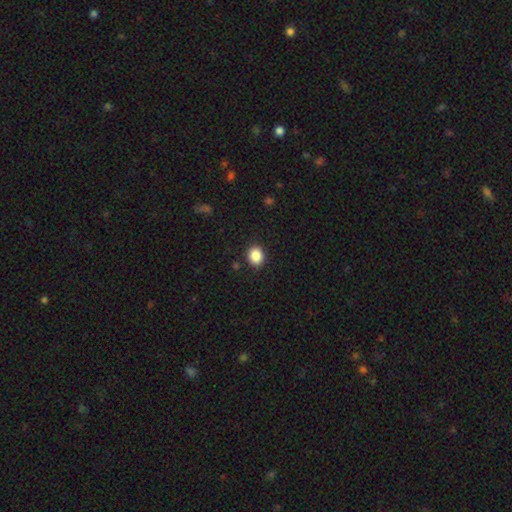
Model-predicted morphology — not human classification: Overall: smooth (87%). How rounded: round (67%; in between 32%). Merging: none (89%).